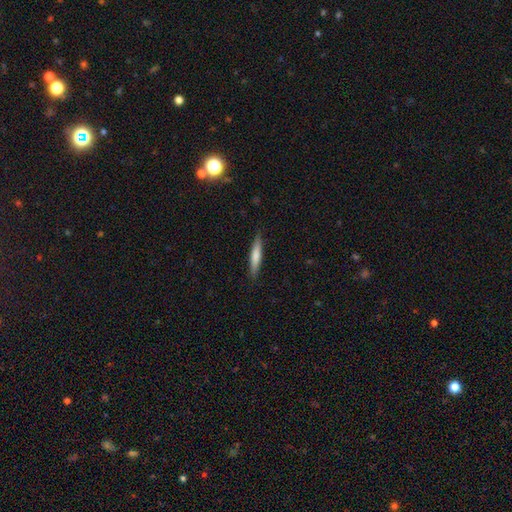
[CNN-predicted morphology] Smooth or featured? Predicted: smooth (p=0.71). How rounded? Predicted: cigar-shaped (p=0.90). Merging? Predicted: none (p=0.88).